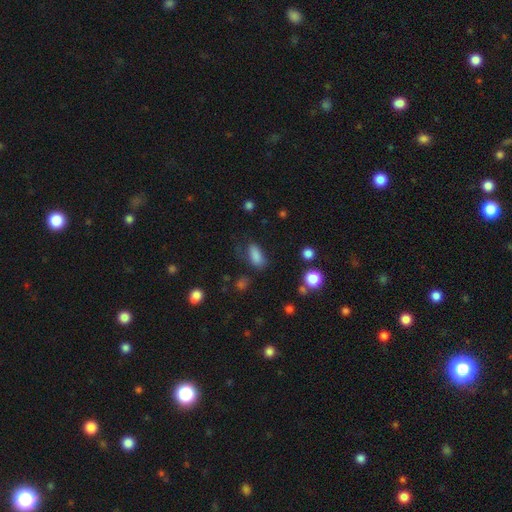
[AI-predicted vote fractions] Overall: smooth (83%). How rounded: in between (86%). Merging: none (61%; minor disturbance 24%).